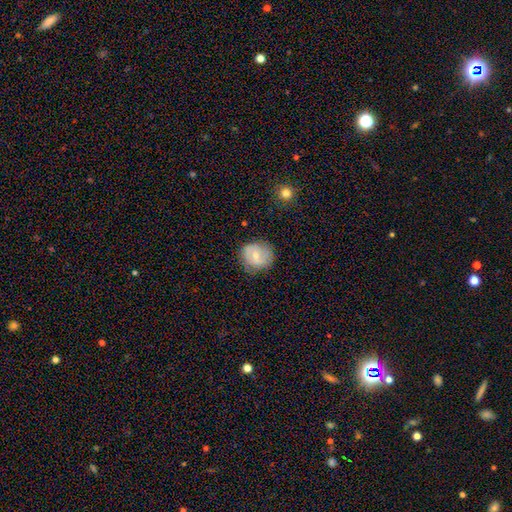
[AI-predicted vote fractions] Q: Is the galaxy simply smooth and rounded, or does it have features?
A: smooth — 47%.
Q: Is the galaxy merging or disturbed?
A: none — 75%.